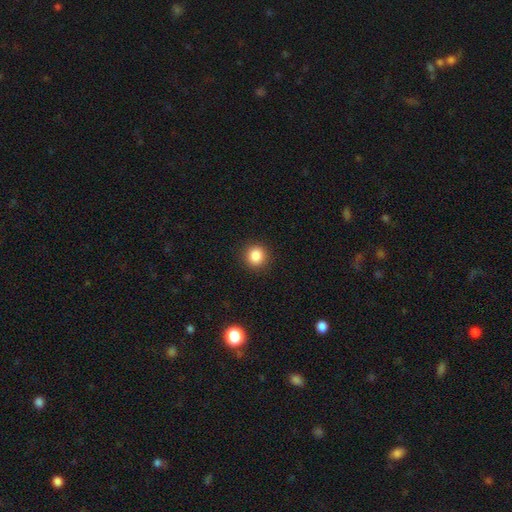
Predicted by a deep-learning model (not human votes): Smooth or featured: smooth — 86% (star or artifact — 10%)
How rounded: round — 89% (in between — 10%)
Merging: none — 91% (minor disturbance — 6%)